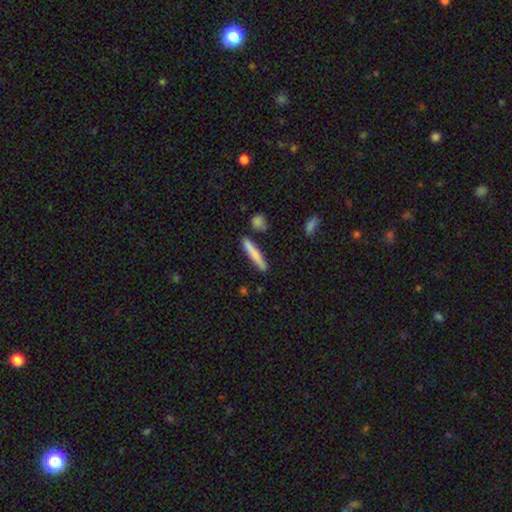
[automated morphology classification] Smooth or featured: smooth — 76% (featured or disk — 18%)
How rounded: cigar-shaped — 93% (in between — 6%)
Merging: none — 85% (minor disturbance — 9%)